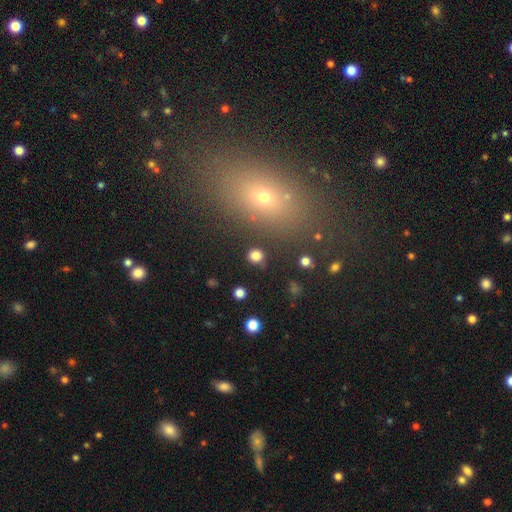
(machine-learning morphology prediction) Q: Smooth or featured?
A: smooth (82%); runner-up: star or artifact (13%)
Q: How rounded?
A: round (82%); runner-up: in between (17%)
Q: Merging?
A: none (87%); runner-up: minor disturbance (7%)